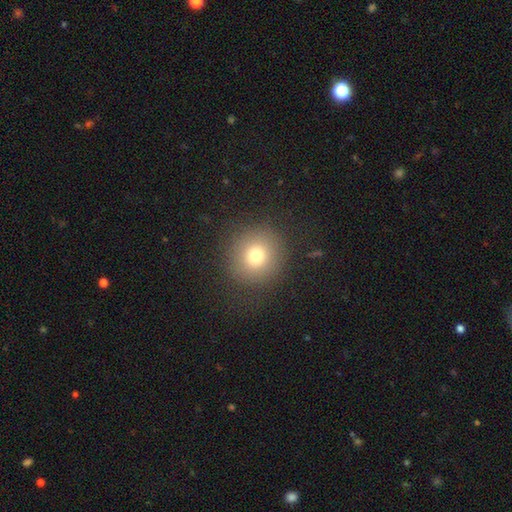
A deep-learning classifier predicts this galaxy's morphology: This is likely a smooth galaxy (75%). How rounded: clearly round (92%). Merging: clearly none (87%).